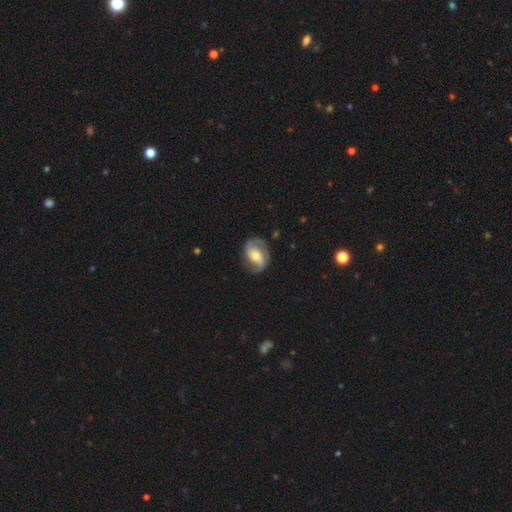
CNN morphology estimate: This is likely a featured or disk galaxy (75%). It is clearly not viewed edge-on (97%). Bar: marginally no (38%). Spiral arm pattern: clearly yes (89%). Spiral arm count: clearly 2 (86%). Spiral winding: possibly medium (45%). Central bulge: likely moderate (61%). Merging: likely none (71%).